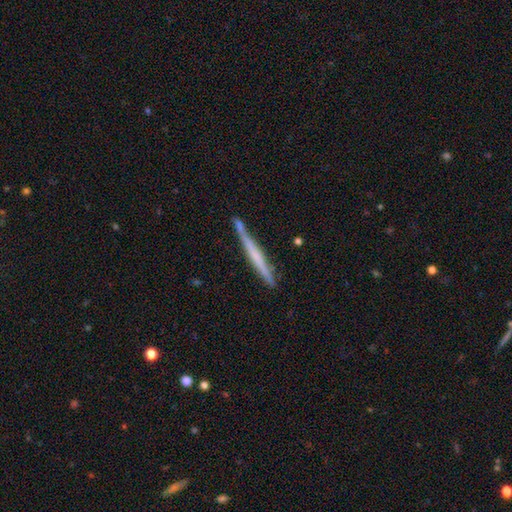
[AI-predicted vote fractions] This appears to be a featured or disk galaxy (55%) viewed edge-on (97%) with no central bulge (68%). Merging: none (79%).